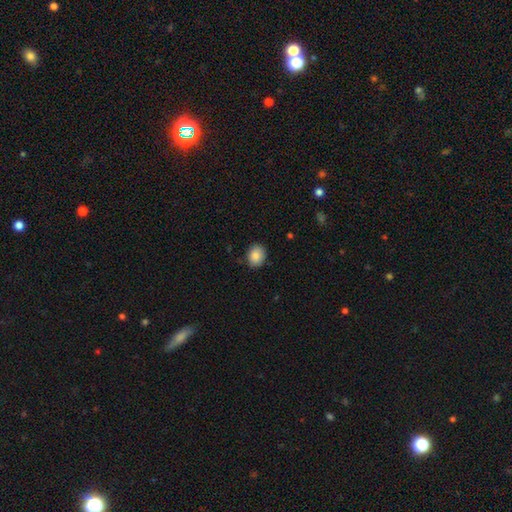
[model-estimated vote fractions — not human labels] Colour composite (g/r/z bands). It shows a smooth galaxy with no disk features (86%) that is round (57%). Merging: none (83%).